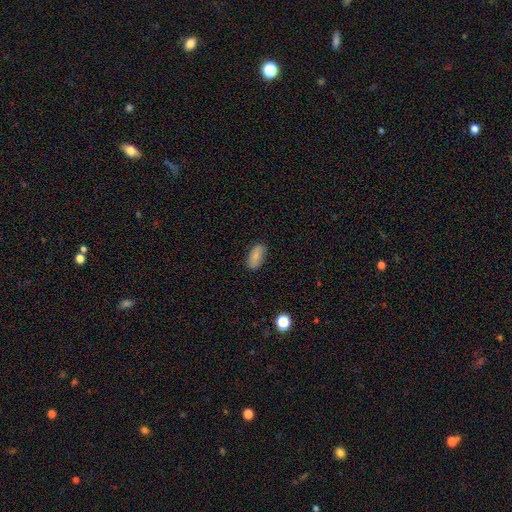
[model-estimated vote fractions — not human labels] This appears to be a smooth galaxy with no disk features (82%) that is in between round and cigar-shaped (87%). Merging: none (85%).